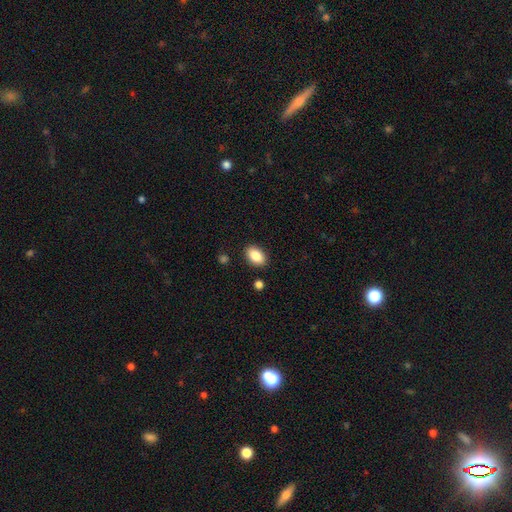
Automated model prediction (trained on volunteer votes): smooth_or_featured: smooth (p=0.86) [alt: star or artifact p=0.08]
how_rounded: in between (p=0.89) [alt: round p=0.09]
merging: none (p=0.88) [alt: minor disturbance p=0.08]